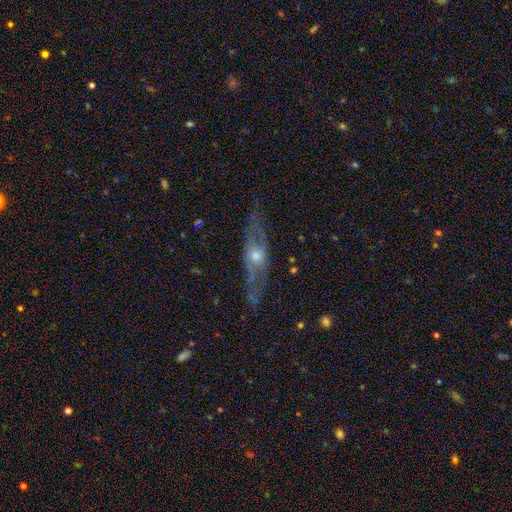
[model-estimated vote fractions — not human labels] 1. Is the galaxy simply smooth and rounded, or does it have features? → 68% featured or disk, 20% smooth, 12% star or artifact.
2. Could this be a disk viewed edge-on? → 71% yes, 29% no.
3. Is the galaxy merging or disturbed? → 81% none, 13% minor disturbance, 4% major disturbance, 2% merger.